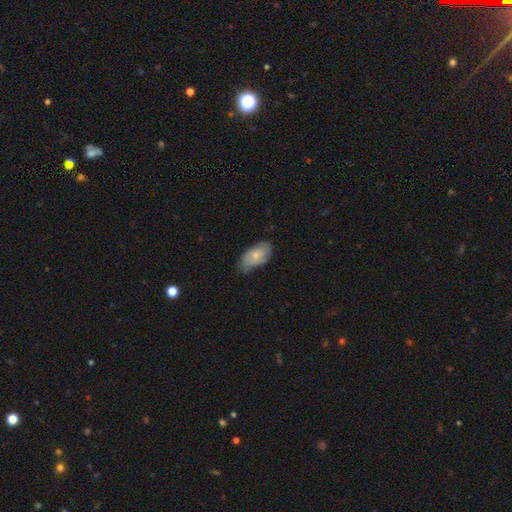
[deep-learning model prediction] Morphology: type=smooth (71%); roundness=in between (93%); merging=none (60%).